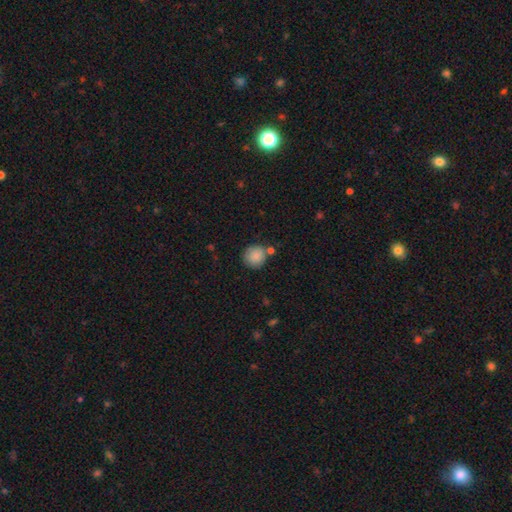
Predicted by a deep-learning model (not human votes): The model was most divided on "merging": none: 76%, minor disturbance: 11%, merger: 10%, major disturbance: 3%. More confident: how rounded — round (91%); smooth or featured — smooth (85%).